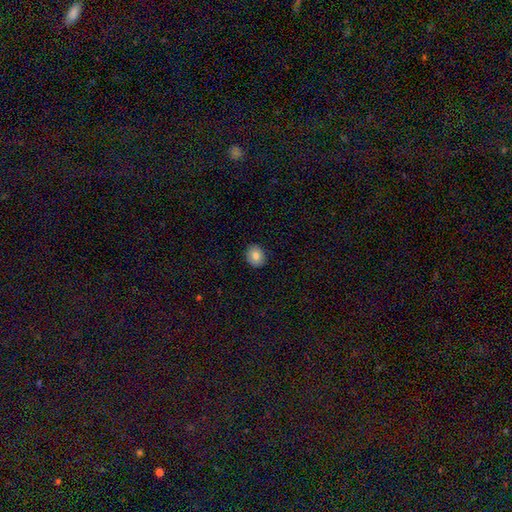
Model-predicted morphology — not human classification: smooth 82%, featured or disk 10%, star or artifact 9%. Down the decision tree: how rounded — round (74%); merging — none (90%).